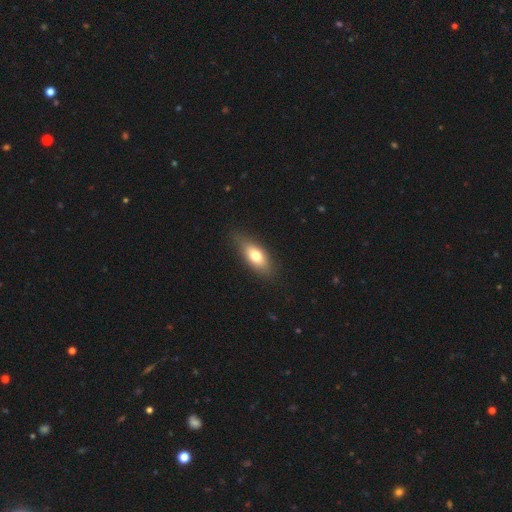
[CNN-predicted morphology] Smooth or featured?
  - smooth: 71% *
  - featured or disk: 22%
  - star or artifact: 7%
How rounded?
  - in between: 77% *
  - cigar-shaped: 18%
  - round: 5%
Merging?
  - none: 77% *
  - minor disturbance: 18%
  - major disturbance: 4%
  - merger: 1%